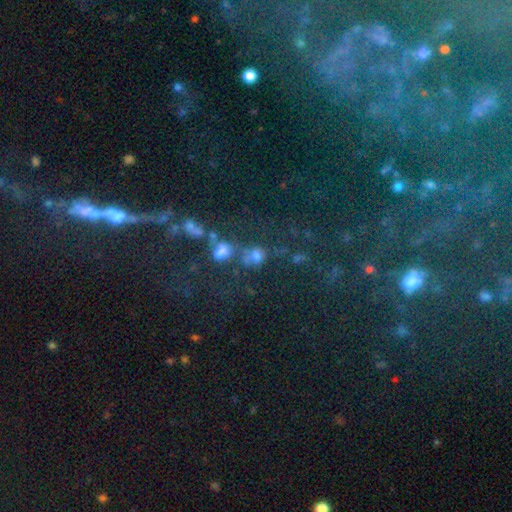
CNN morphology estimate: The model was most divided on "merging": none: 38%, merger: 34%, minor disturbance: 15%, major disturbance: 13%. More confident: how rounded — round (63%); smooth or featured — smooth (57%).